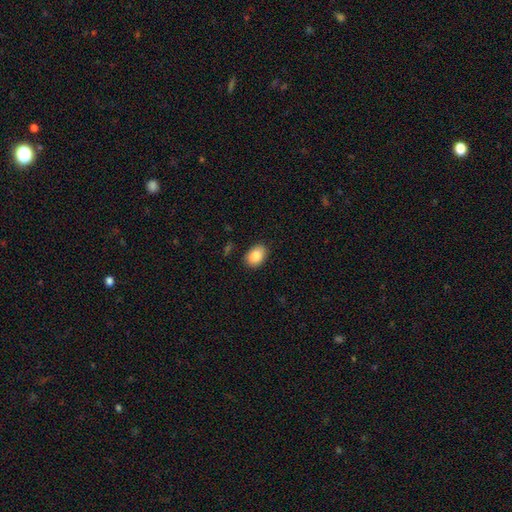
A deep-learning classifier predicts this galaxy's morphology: Smooth or featured?
  - smooth: 87% *
  - star or artifact: 7%
  - featured or disk: 5%
How rounded?
  - in between: 77% *
  - round: 22%
  - cigar-shaped: 1%
Merging?
  - none: 86% *
  - minor disturbance: 11%
  - major disturbance: 2%
  - merger: 1%